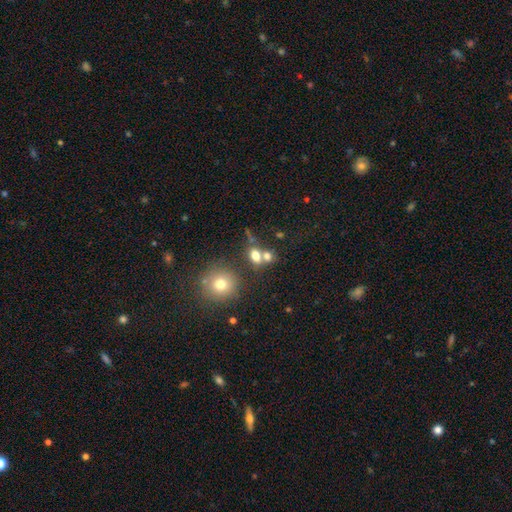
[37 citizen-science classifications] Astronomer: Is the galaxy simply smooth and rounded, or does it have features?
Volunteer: smooth — 86%.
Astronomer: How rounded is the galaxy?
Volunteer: in between — 78%.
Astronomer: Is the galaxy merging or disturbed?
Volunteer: merger — 54% (runner-up: none, 37%).